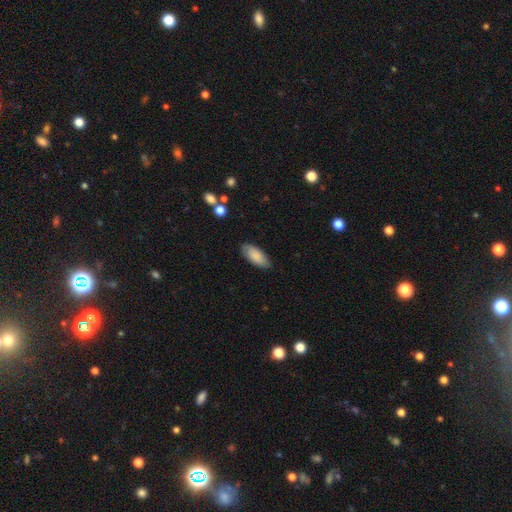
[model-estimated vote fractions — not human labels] This is clearly a smooth galaxy (85%). How rounded: clearly in between (85%). Merging: clearly none (84%).